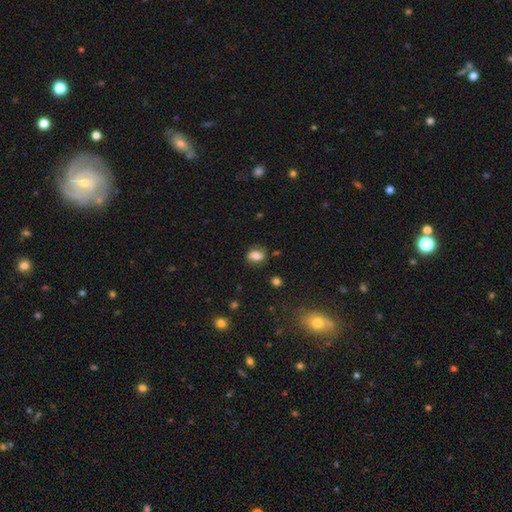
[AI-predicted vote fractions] Smooth or featured: smooth — 70% (featured or disk — 20%)
How rounded: in between — 68% (round — 30%)
Merging: none — 73% (minor disturbance — 19%)